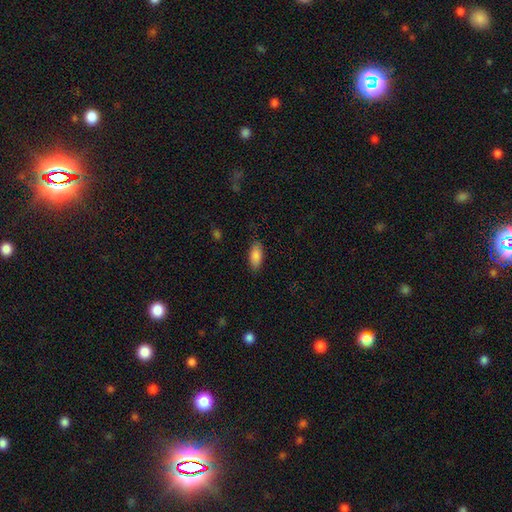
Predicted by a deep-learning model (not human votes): smooth-or-featured: smooth: 87% | star or artifact: 7% | featured or disk: 6%
  how-rounded: in between: 86% | cigar-shaped: 12% | round: 2%
  merging: none: 83% | minor disturbance: 13% | major disturbance: 3% | merger: 1%